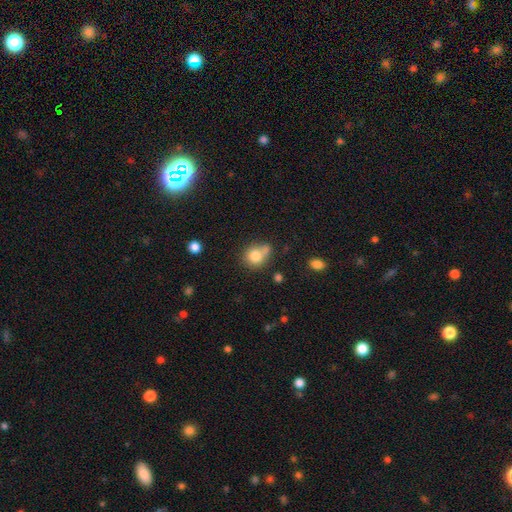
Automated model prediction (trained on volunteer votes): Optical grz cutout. It shows a smooth galaxy with no disk features (79%) that is round (76%). Merging: none (48%).